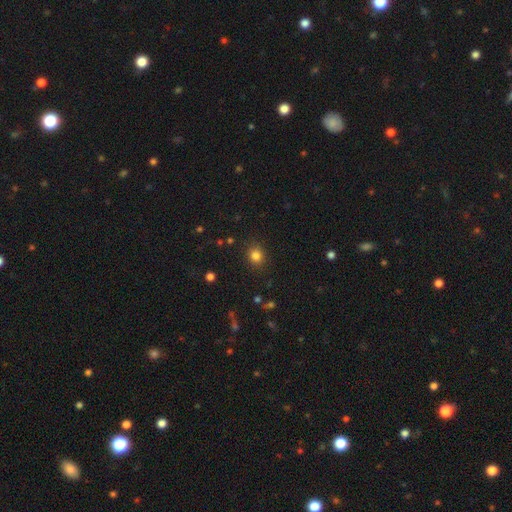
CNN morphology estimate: Smooth or featured? Predicted: smooth (p=0.83). How rounded? Predicted: round (p=0.75). Merging? Predicted: none (p=0.87).